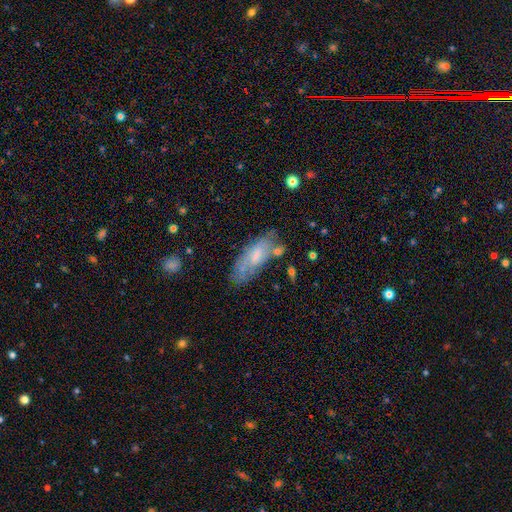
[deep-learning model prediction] This appears to be a smooth galaxy with no disk features (51%) that is in between round and cigar-shaped (71%). Merging: none (58%).